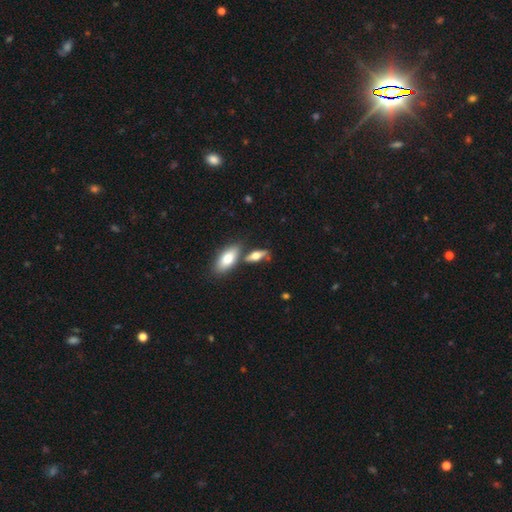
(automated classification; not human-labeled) Q: Smooth or featured?
A: smooth (61%); runner-up: featured or disk (32%)
Q: How rounded?
A: in between (69%); runner-up: cigar-shaped (26%)
Q: Merging?
A: none (59%); runner-up: merger (22%)